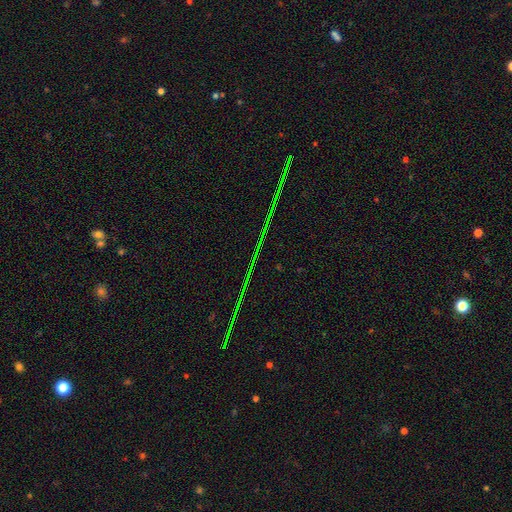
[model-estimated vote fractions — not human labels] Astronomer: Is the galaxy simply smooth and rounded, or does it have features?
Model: star or artifact — 82%.